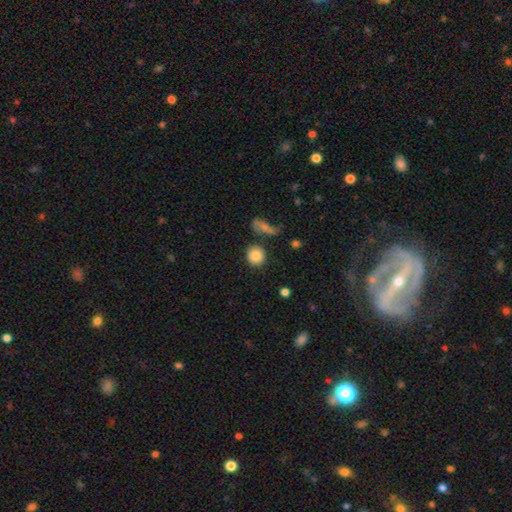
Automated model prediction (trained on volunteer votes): The model was most divided on "merging": none: 74%, merger: 11%, minor disturbance: 10%, major disturbance: 5%. More confident: how rounded — round (86%); smooth or featured — smooth (84%).